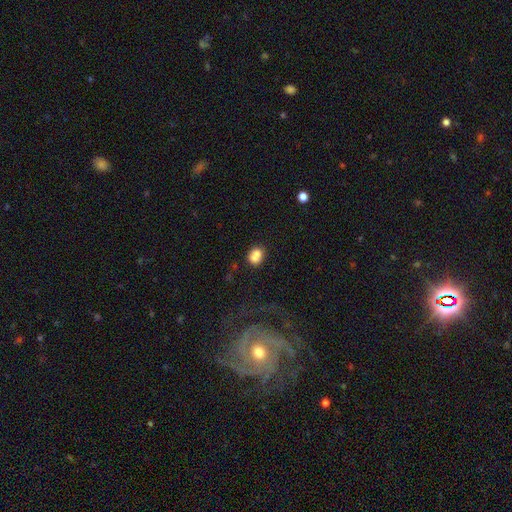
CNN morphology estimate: smooth-or-featured: smooth: 78% | featured or disk: 12% | star or artifact: 10%
  how-rounded: round: 55% | in between: 44% | cigar-shaped: 1%
  merging: none: 43% | merger: 39% | minor disturbance: 13% | major disturbance: 5%